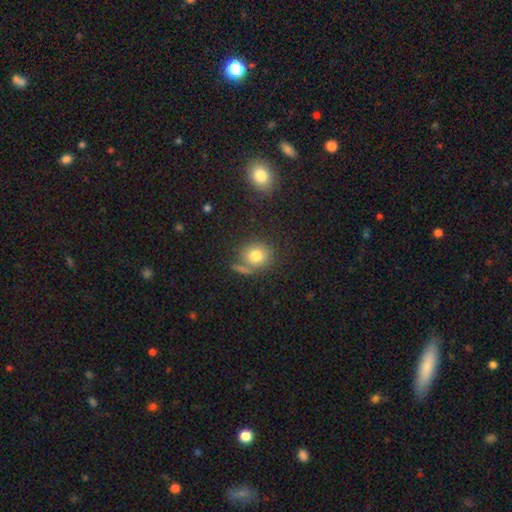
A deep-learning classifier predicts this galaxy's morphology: A smooth galaxy with no disk features (78%) that is round (81%).

Vote fractions:
- Smooth or featured? smooth: 78% / featured or disk: 11% / star or artifact: 11%
- How rounded? round: 81% / in between: 18% / cigar-shaped: 1%
- Merging? none: 64% / merger: 15% / minor disturbance: 14% / major disturbance: 7%